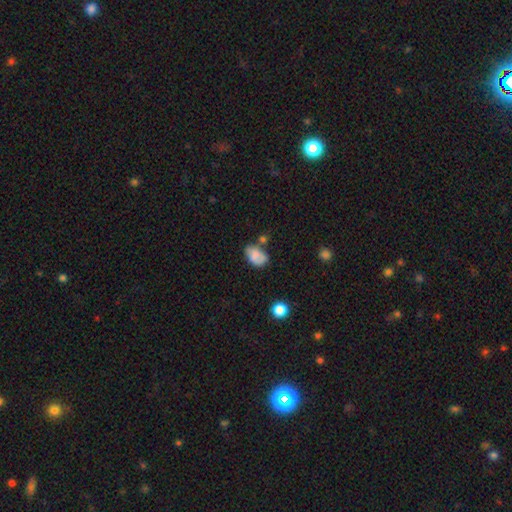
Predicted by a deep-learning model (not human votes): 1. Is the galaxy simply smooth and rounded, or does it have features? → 69% smooth, 22% featured or disk, 10% star or artifact.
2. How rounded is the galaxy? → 83% in between, 16% round, 1% cigar-shaped.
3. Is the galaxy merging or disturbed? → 41% none, 28% minor disturbance, 20% merger, 11% major disturbance.